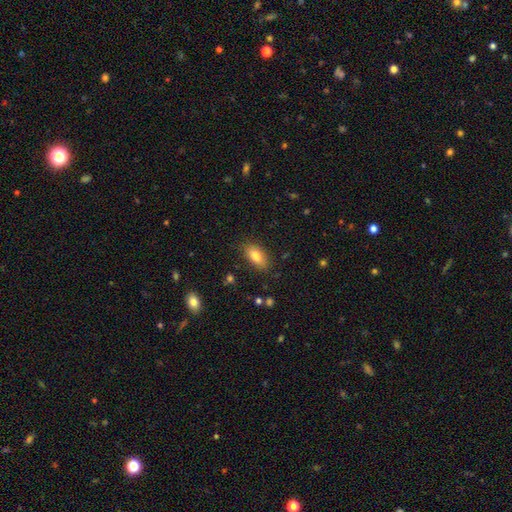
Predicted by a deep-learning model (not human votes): smooth 80%, featured or disk 12%, star or artifact 8%. Down the decision tree: how rounded — in between (88%); merging — none (83%).